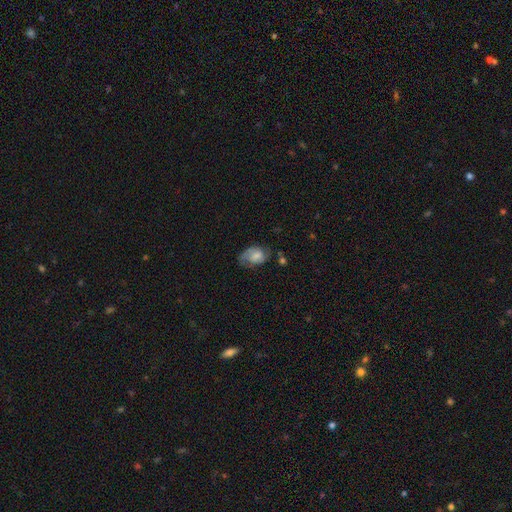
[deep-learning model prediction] Smooth or featured? Predicted: featured or disk (p=0.47). Merging? Predicted: none (p=0.48).